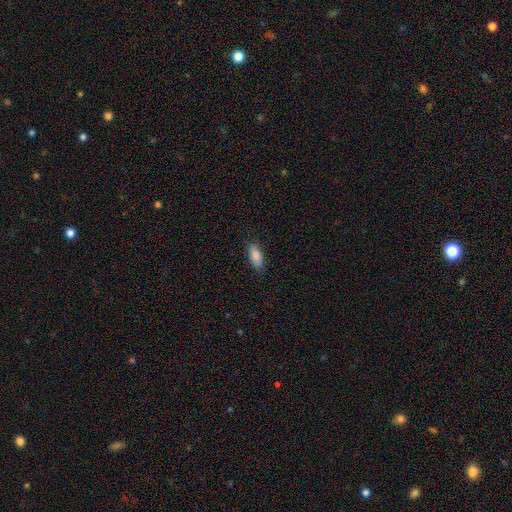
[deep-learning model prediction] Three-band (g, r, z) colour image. It shows a smooth galaxy with no disk features (86%) that is in between round and cigar-shaped (82%). Merging: none (84%).